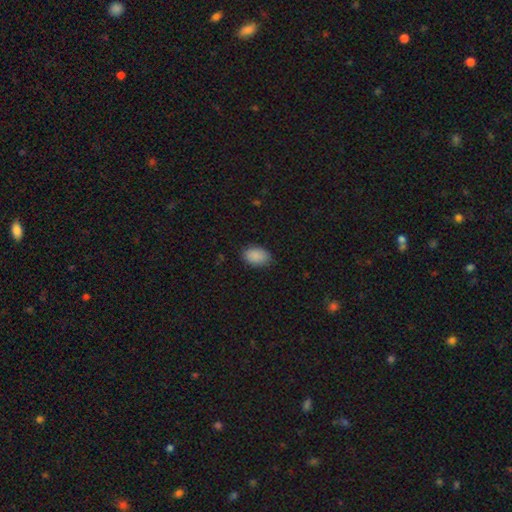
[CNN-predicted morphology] This is clearly a smooth galaxy (89%). How rounded: clearly in between (87%). Merging: clearly none (85%).